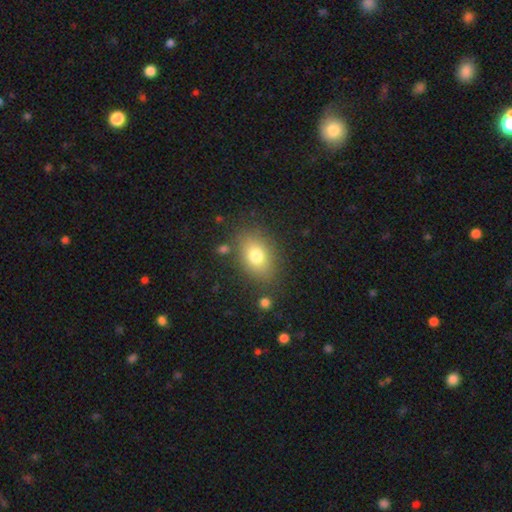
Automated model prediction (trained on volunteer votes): This is likely a smooth galaxy (77%). How rounded: likely in between (74%). Merging: clearly none (80%).